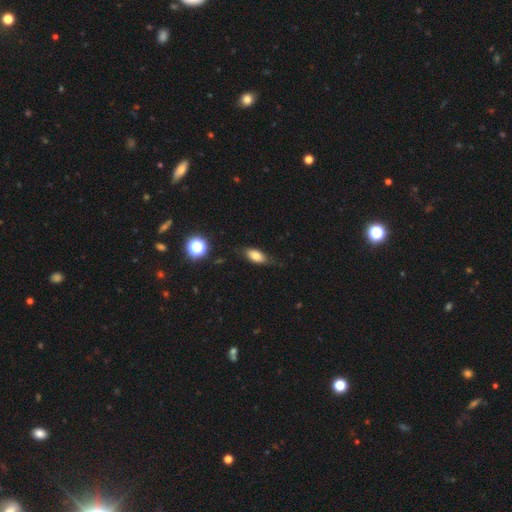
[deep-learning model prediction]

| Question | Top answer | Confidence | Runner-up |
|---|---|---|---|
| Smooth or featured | smooth | 76% | featured or disk (14%) |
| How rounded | in between | 83% | cigar-shaped (11%) |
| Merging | none | 73% | minor disturbance (20%) |